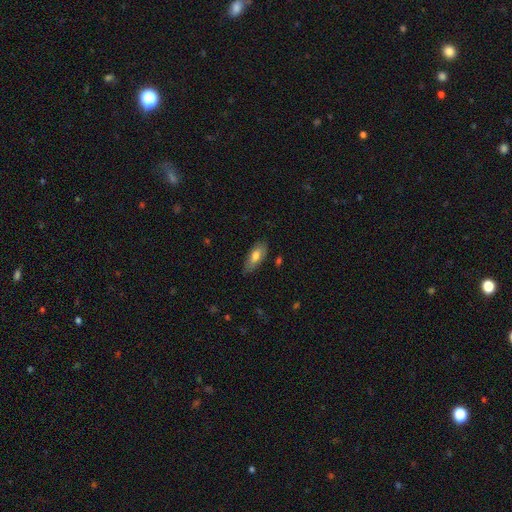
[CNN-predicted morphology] A smooth galaxy with no disk features (73%) that is in between round and cigar-shaped (80%).

Vote fractions:
- Smooth or featured? smooth: 73% / featured or disk: 20% / star or artifact: 6%
- How rounded? in between: 80% / cigar-shaped: 18% / round: 2%
- Merging? none: 77% / minor disturbance: 18% / major disturbance: 3% / merger: 2%